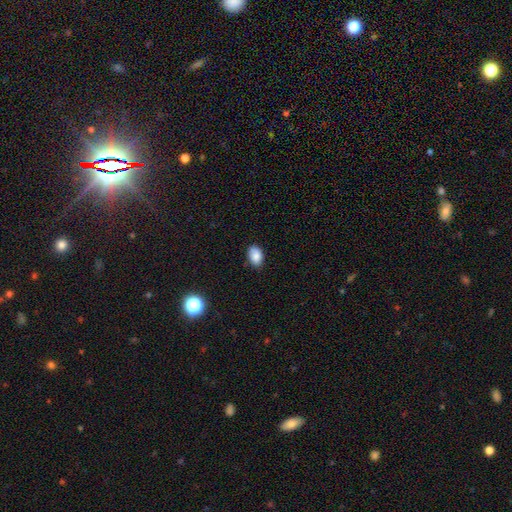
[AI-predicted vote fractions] smooth_or_featured: smooth (p=0.86) [alt: star or artifact p=0.09]
how_rounded: in between (p=0.87) [alt: round p=0.11]
merging: none (p=0.82) [alt: minor disturbance p=0.14]